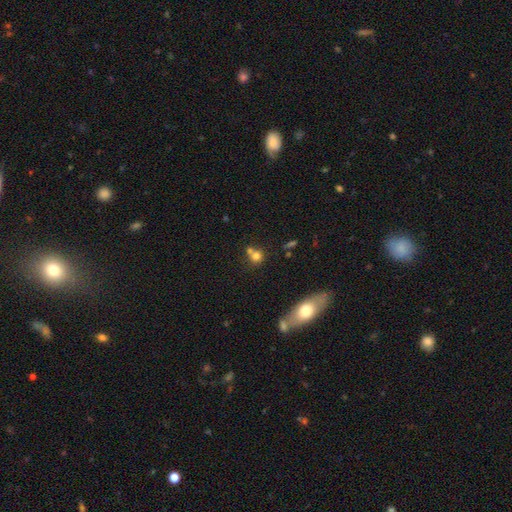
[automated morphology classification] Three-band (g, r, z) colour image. It shows a smooth galaxy with no disk features (74%) that is round (85%). Merging: none (48%).